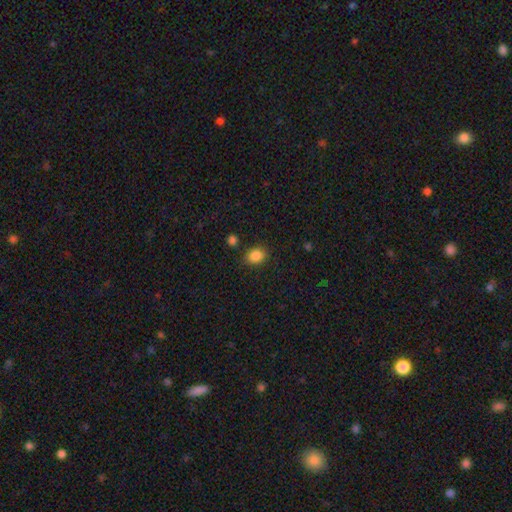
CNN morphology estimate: smooth 86%, star or artifact 10%, featured or disk 4%. Down the decision tree: how rounded — in between (55%); merging — none (82%).